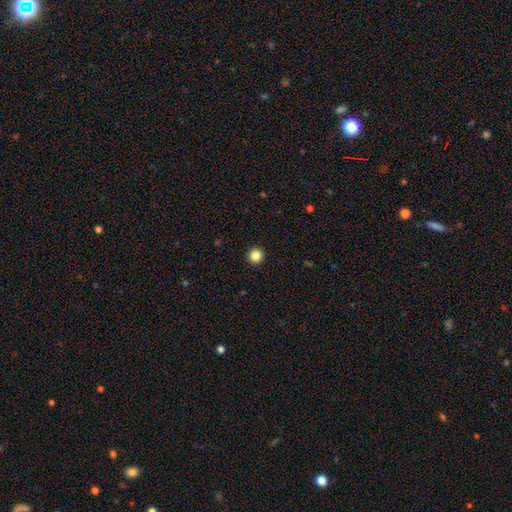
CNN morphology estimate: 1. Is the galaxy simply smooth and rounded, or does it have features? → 86% smooth, 11% star or artifact, 3% featured or disk.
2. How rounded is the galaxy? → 96% round, 3% in between, 1% cigar-shaped.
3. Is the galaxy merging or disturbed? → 94% none, 4% minor disturbance, 1% major disturbance, 1% merger.